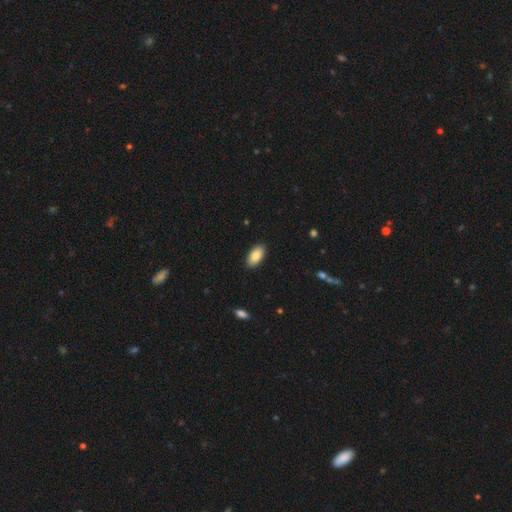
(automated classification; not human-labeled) Smooth or featured? smooth (86%)
How rounded? in between (94%)
Merging? none (89%)